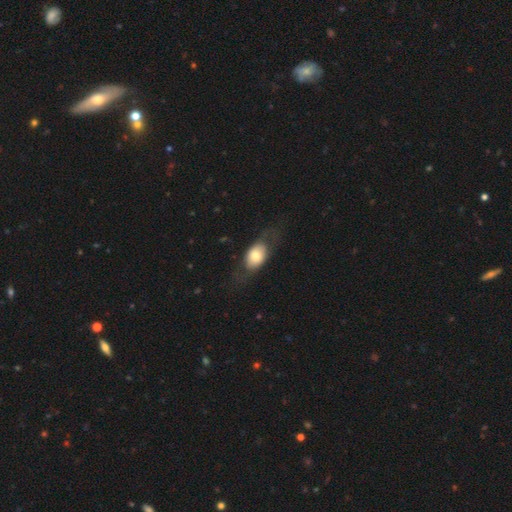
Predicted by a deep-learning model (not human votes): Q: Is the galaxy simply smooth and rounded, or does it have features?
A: smooth — 62%.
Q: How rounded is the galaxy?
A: in between — 77%.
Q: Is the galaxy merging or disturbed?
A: none — 66%.